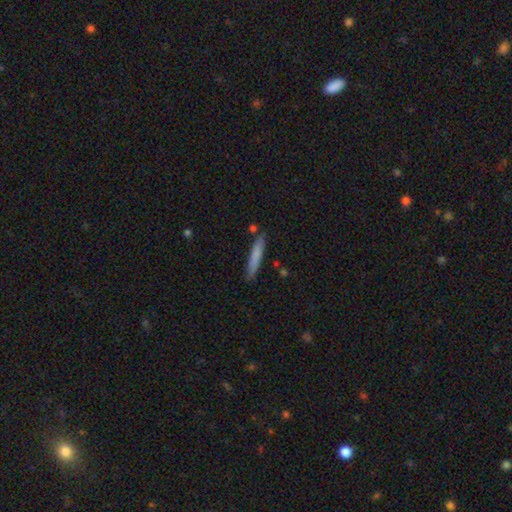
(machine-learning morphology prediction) smooth 75%, featured or disk 19%, star or artifact 6%. Down the decision tree: how rounded — cigar-shaped (93%); merging — none (84%).